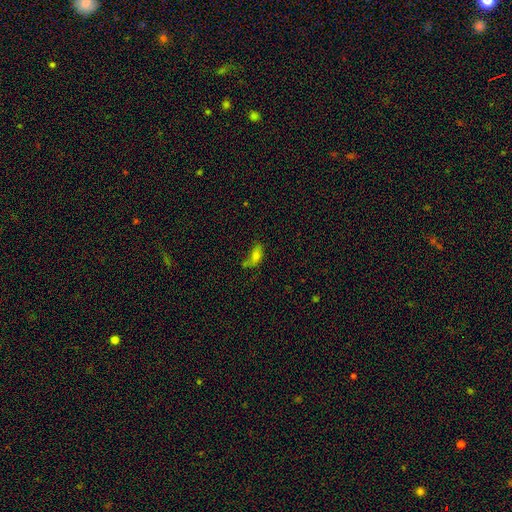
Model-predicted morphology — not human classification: Smooth or featured?
  - smooth: 70% *
  - featured or disk: 15%
  - star or artifact: 15%
How rounded?
  - in between: 81% *
  - cigar-shaped: 14%
  - round: 5%
Merging?
  - none: 35% *
  - minor disturbance: 24%
  - merger: 22%
  - major disturbance: 20%